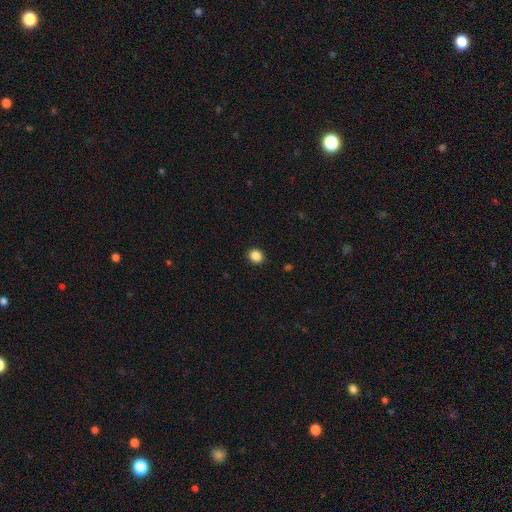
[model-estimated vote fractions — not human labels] A smooth galaxy with no disk features (87%) that is round (73%). Merging: none (92%).